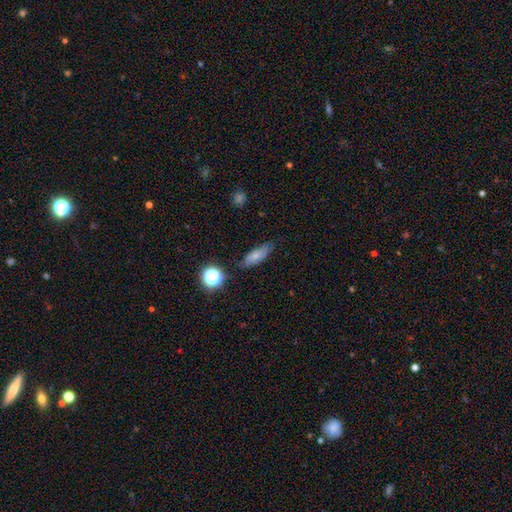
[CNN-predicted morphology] type=smooth (72%); roundness=in between (62%); merging=none (74%).